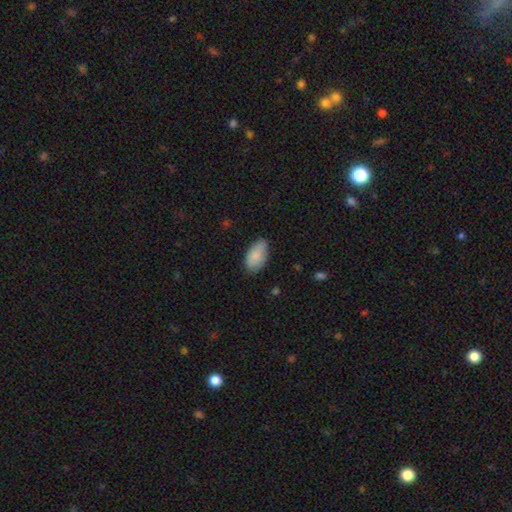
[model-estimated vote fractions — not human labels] Smooth or featured? smooth (87%)
How rounded? in between (94%)
Merging? none (67%)